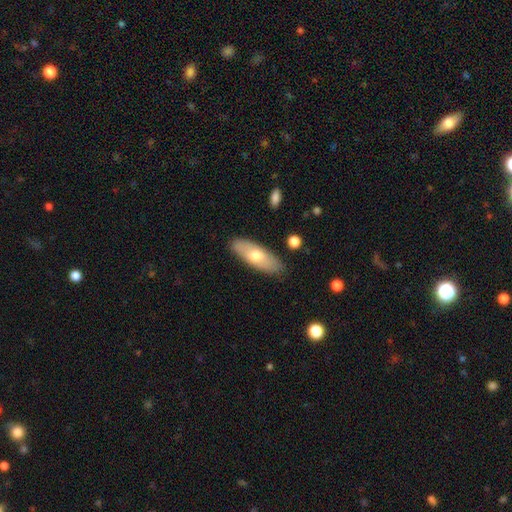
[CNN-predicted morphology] The model was most divided on "smooth or featured": smooth: 64%, featured or disk: 30%, star or artifact: 6%. More confident: merging — none (86%); how rounded — in between (68%).